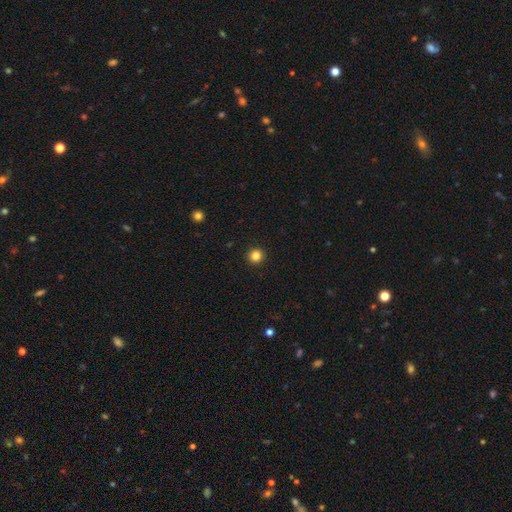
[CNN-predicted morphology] Overall: smooth (84%). How rounded: round (94%). Merging: none (94%).